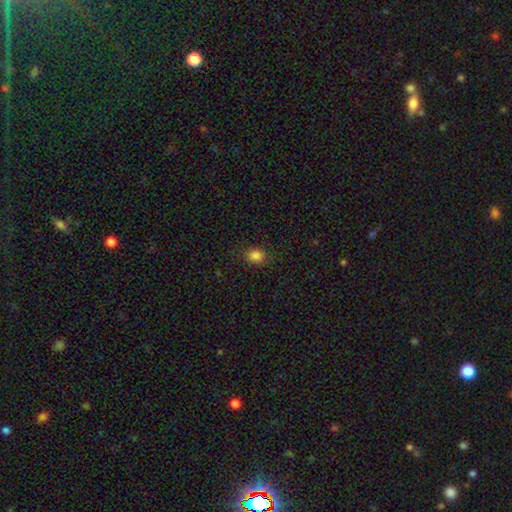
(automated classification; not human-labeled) smooth_or_featured: smooth (p=0.83) [alt: star or artifact p=0.12]
how_rounded: round (p=0.55) [alt: in between p=0.44]
merging: none (p=0.86) [alt: minor disturbance p=0.10]